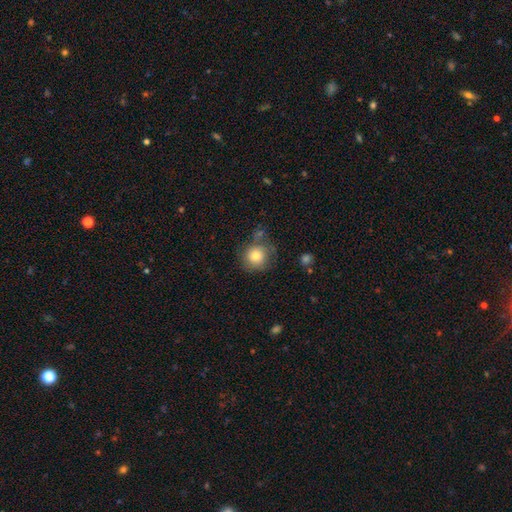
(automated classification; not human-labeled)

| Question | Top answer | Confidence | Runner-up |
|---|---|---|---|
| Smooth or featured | smooth | 80% | featured or disk (10%) |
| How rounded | round | 91% | in between (8%) |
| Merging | none | 68% | minor disturbance (18%) |